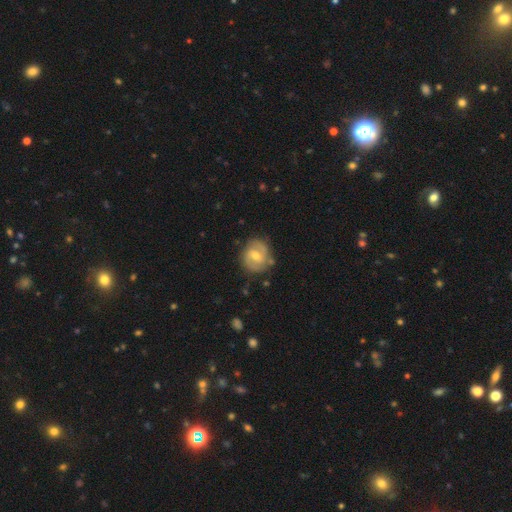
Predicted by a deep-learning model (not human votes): Overall: featured or disk (66%; smooth 27%). Edge-on disk: no (97%). Bar: weak (53%; no 34%). Spiral arms: yes (86%). Spiral arm count: 2 (77%). Spiral winding: medium (43%; tight 39%). Bulge size: moderate (62%; small 33%). Merging: none (77%).